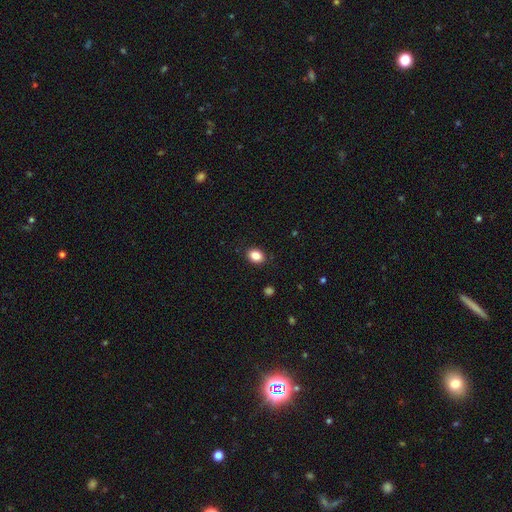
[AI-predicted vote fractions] Morphology: type=smooth (86%); roundness=in between (64%); merging=none (89%).